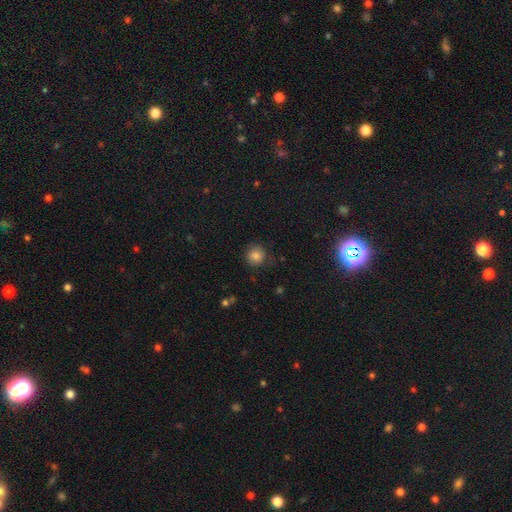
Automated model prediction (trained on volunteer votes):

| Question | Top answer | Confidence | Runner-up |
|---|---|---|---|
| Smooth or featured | smooth | 82% | star or artifact (11%) |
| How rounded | round | 92% | in between (7%) |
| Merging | none | 81% | minor disturbance (13%) |